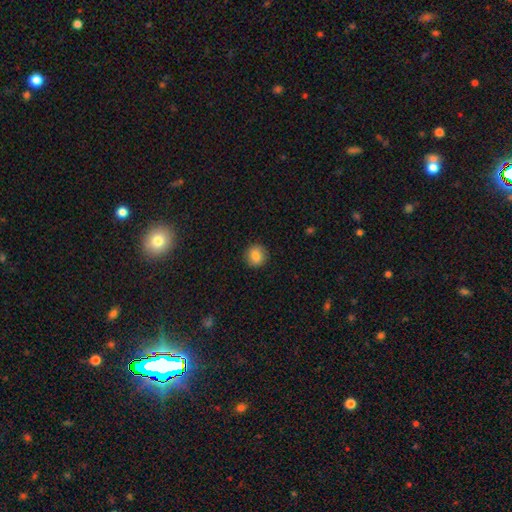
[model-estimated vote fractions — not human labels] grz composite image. It shows a smooth galaxy with no disk features (84%) that is round (92%). Merging: none (91%).